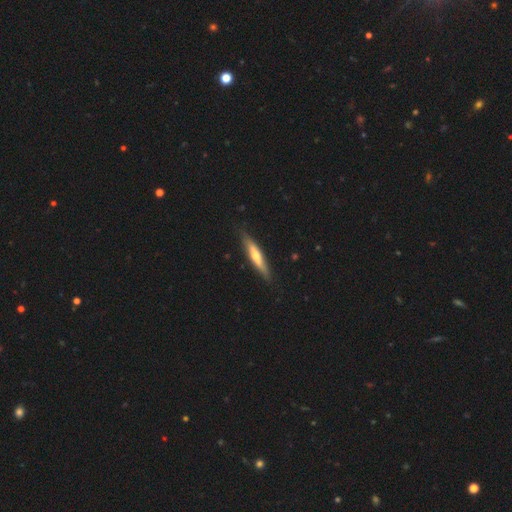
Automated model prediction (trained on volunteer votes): Smooth or featured? featured or disk (53%)
Edge-on disk? yes (90%)
Merging? none (85%)